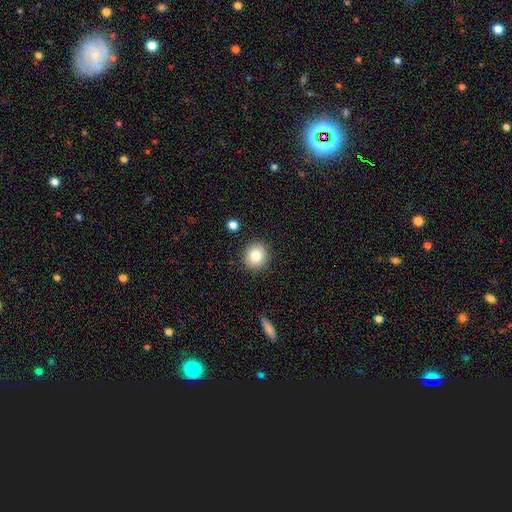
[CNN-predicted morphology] Smooth or featured? smooth (81%)
How rounded? round (88%)
Merging? none (89%)